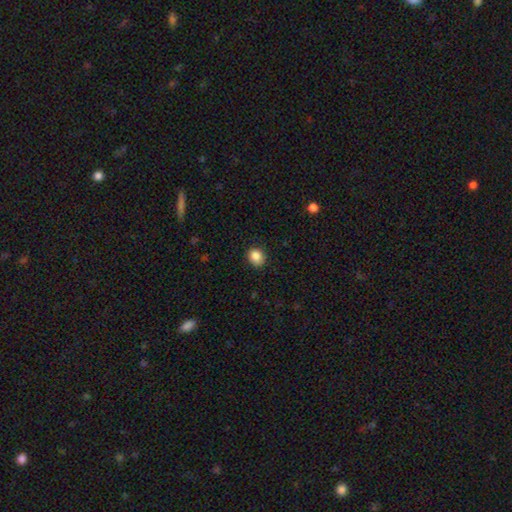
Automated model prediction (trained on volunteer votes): smooth-or-featured: smooth: 86% | star or artifact: 10% | featured or disk: 4%
  how-rounded: round: 69% | in between: 30% | cigar-shaped: 1%
  merging: none: 86% | minor disturbance: 10% | major disturbance: 2% | merger: 1%